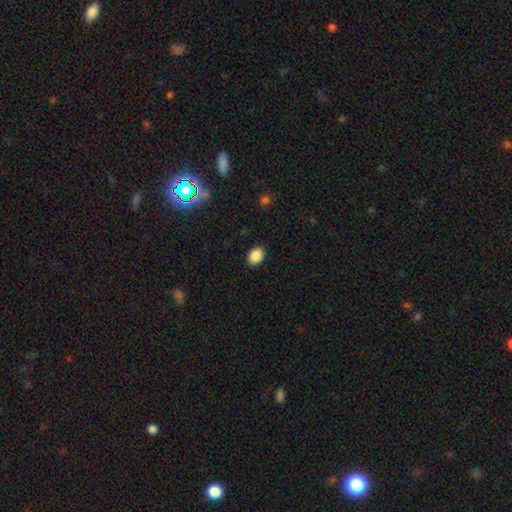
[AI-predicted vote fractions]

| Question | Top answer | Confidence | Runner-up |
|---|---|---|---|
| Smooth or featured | smooth | 89% | star or artifact (8%) |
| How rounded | in between | 77% | round (22%) |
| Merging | none | 89% | minor disturbance (8%) |